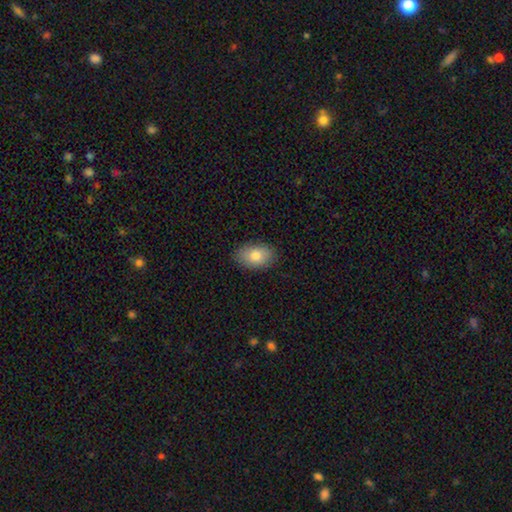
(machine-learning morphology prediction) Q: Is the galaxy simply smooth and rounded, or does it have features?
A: smooth — 80%.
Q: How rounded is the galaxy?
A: in between — 88%.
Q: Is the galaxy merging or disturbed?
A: none — 86%.